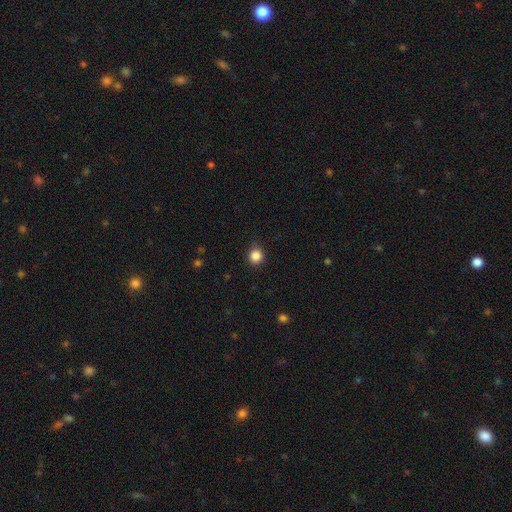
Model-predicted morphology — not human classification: smooth 85%, star or artifact 11%, featured or disk 3%. Down the decision tree: how rounded — round (87%); merging — none (85%).